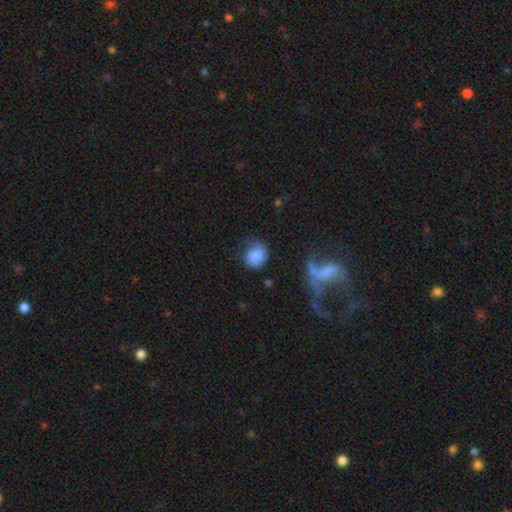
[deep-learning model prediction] Morphology: type=smooth (75%); roundness=round (67%); merging=none (51%).